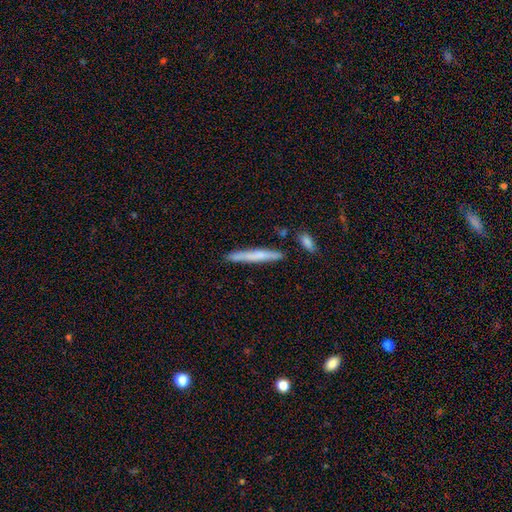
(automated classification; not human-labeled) This is possibly a smooth galaxy (59%). How rounded: clearly cigar-shaped (96%). Merging: clearly none (83%).